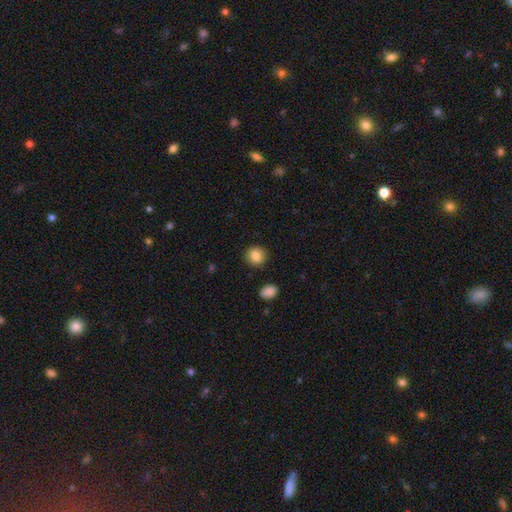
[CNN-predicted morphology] smooth 86%, star or artifact 9%, featured or disk 5%. Down the decision tree: how rounded — round (84%); merging — none (88%).